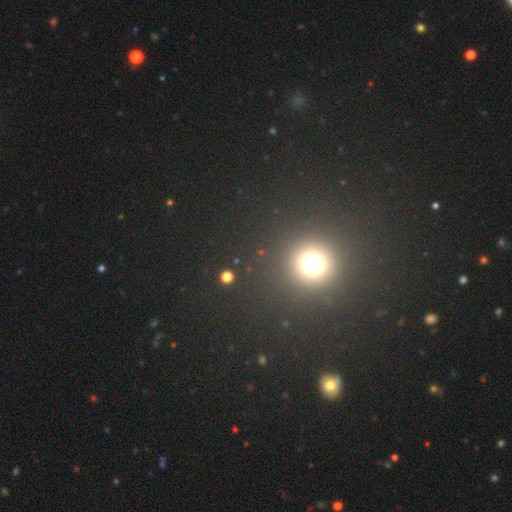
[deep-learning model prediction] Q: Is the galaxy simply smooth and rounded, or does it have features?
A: smooth — 56%.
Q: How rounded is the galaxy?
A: round — 92%.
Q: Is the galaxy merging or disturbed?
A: none — 92%.